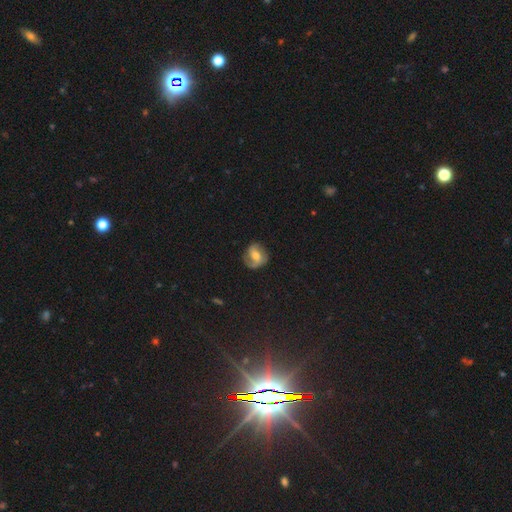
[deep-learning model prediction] smooth-or-featured: featured or disk: 61% | smooth: 31% | star or artifact: 8%
  disk-edge-on: no: 96% | yes: 4%
    bar: weak: 43% | no: 30% | strong: 27%
    has-spiral-arms: yes: 83% | no: 17%
    bulge-size: moderate: 63% | small: 27% | large: 6% | none: 2% | dominant: 1%
  merging: none: 70% | minor disturbance: 20% | major disturbance: 9% | merger: 1%